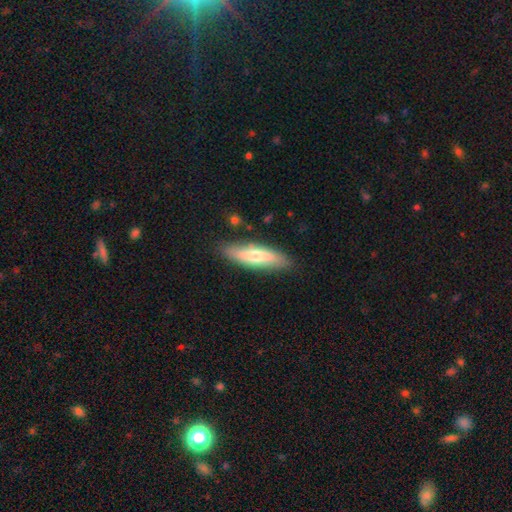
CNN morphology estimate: A smooth galaxy with no disk features (57%) that is cigar-shaped (63%). Merging: none (83%).